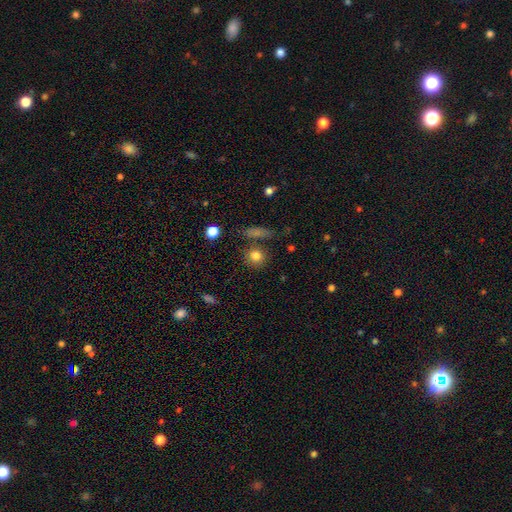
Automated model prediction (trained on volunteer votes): smooth-or-featured: smooth: 81% | star or artifact: 11% | featured or disk: 8%
  how-rounded: round: 84% | in between: 14% | cigar-shaped: 2%
  merging: none: 75% | minor disturbance: 11% | merger: 9% | major disturbance: 4%